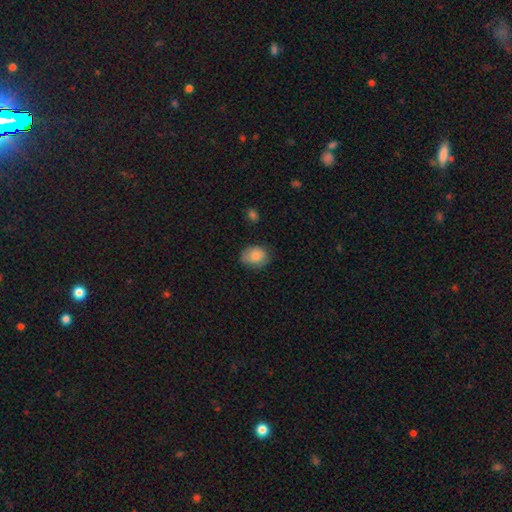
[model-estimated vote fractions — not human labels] smooth-or-featured: smooth: 84% | featured or disk: 8% | star or artifact: 7%
  how-rounded: in between: 59% | round: 40% | cigar-shaped: 1%
  merging: none: 69% | minor disturbance: 25% | major disturbance: 5% | merger: 2%